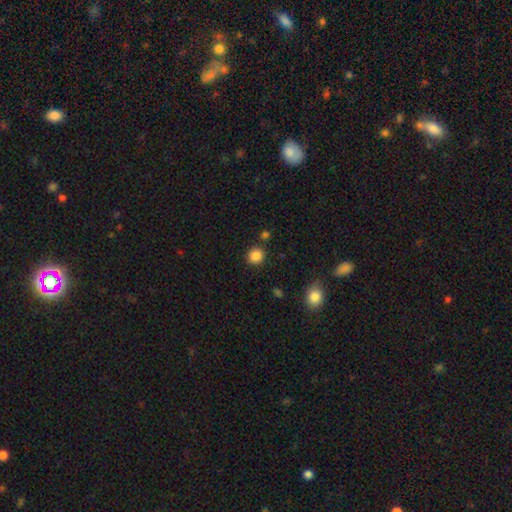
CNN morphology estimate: This appears to be a smooth galaxy with no disk features (86%) that is round (88%). Merging: none (86%).